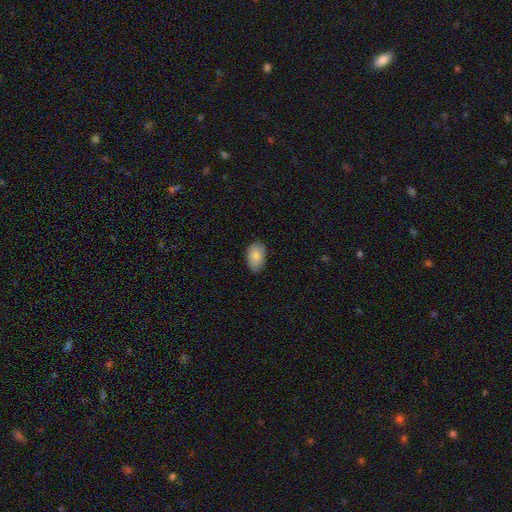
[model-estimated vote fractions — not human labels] Smooth or featured? smooth (85%)
How rounded? in between (90%)
Merging? none (80%)